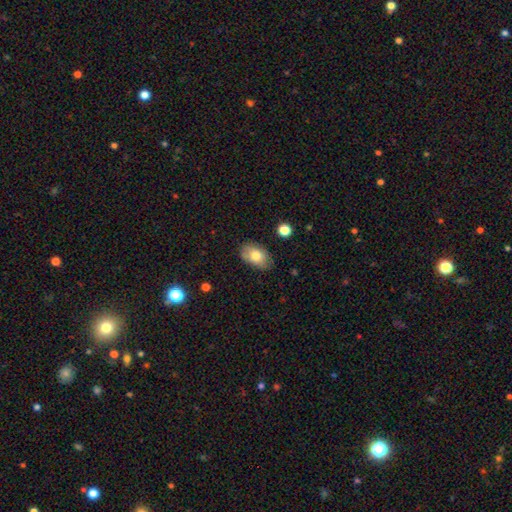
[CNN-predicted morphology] This appears to be a smooth galaxy with no disk features (76%) that is in between round and cigar-shaped (89%). Merging: none (78%).